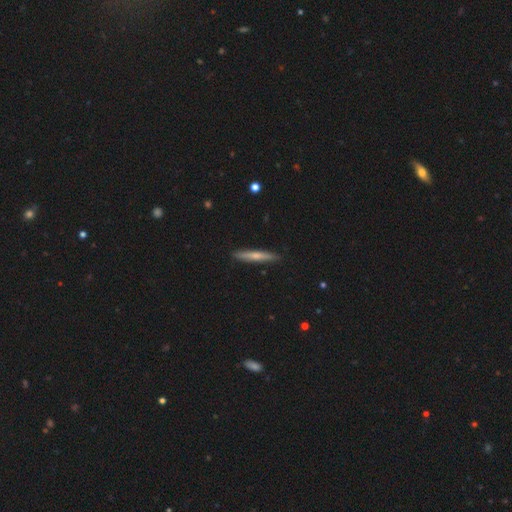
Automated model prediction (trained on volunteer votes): Smooth or featured? smooth (53%)
How rounded? cigar-shaped (94%)
Merging? none (90%)